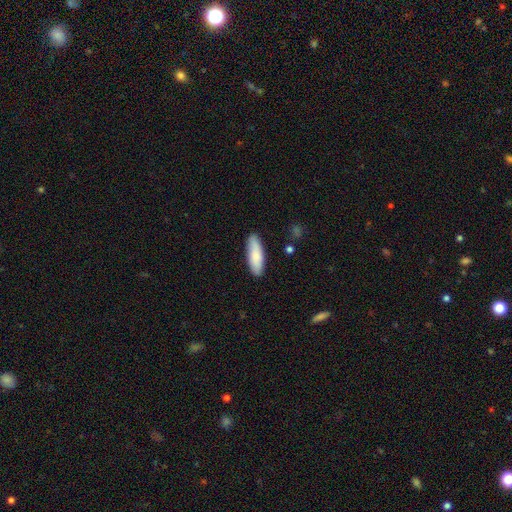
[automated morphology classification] This appears to be a smooth galaxy with no disk features (84%) that is in between round and cigar-shaped (53%). Merging: none (86%).